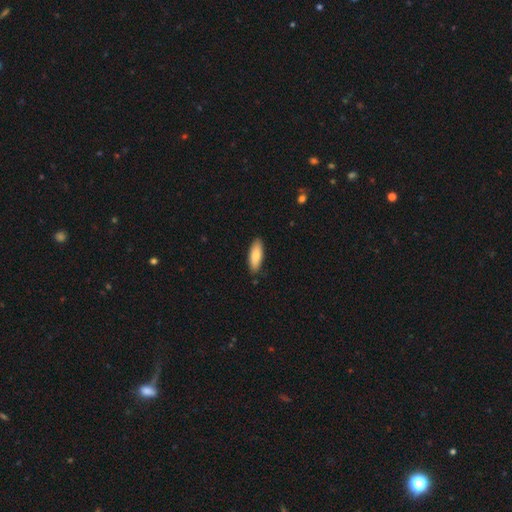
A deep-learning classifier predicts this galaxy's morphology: This is clearly a smooth galaxy (83%). How rounded: likely in between (66%). Merging: clearly none (86%).